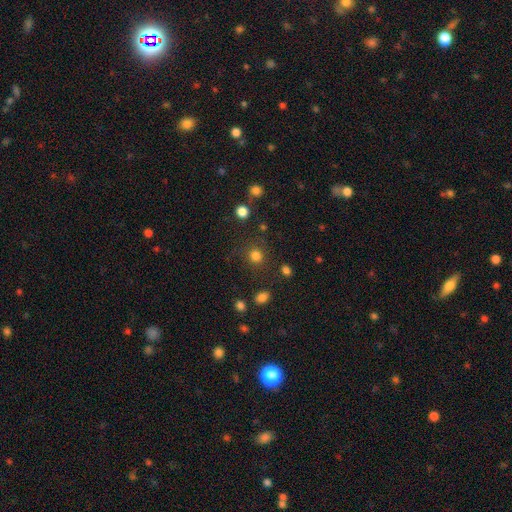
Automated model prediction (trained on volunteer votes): This is likely a smooth galaxy (80%). How rounded: clearly round (89%). Merging: clearly none (82%).